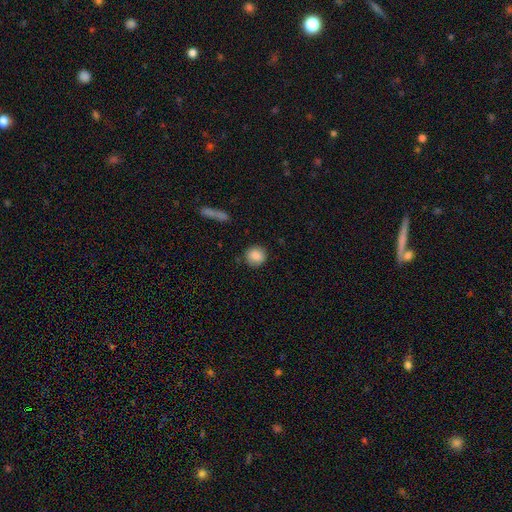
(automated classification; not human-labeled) A smooth galaxy with no disk features (86%) that is round (88%). Merging: none (86%).